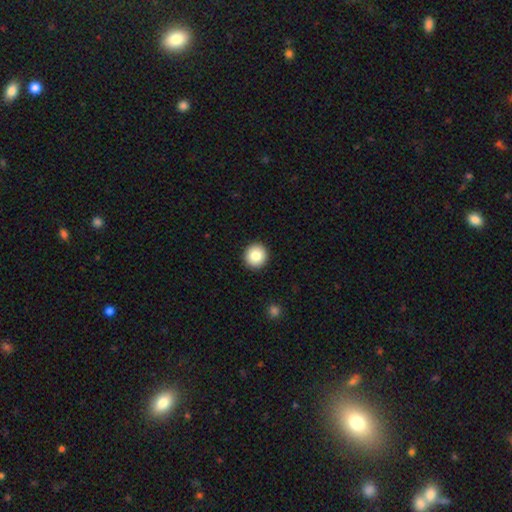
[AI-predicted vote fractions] A smooth galaxy with no disk features (84%) that is round (94%).

Vote fractions:
- Smooth or featured? smooth: 84% / star or artifact: 9% / featured or disk: 7%
- How rounded? round: 94% / in between: 5% / cigar-shaped: 1%
- Merging? none: 93% / minor disturbance: 5% / major disturbance: 1% / merger: 1%